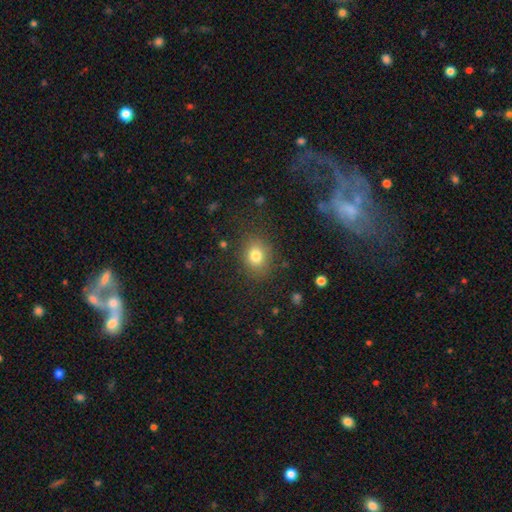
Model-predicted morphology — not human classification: smooth-or-featured: smooth: 80% | star or artifact: 11% | featured or disk: 8%
  how-rounded: round: 51% | in between: 48% | cigar-shaped: 1%
  merging: none: 82% | minor disturbance: 12% | major disturbance: 5% | merger: 2%